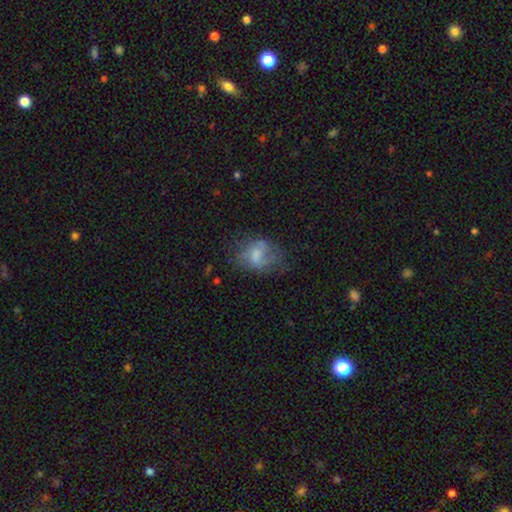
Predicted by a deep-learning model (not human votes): Smooth or featured? Predicted: smooth (p=0.48). Merging? Predicted: none (p=0.47).